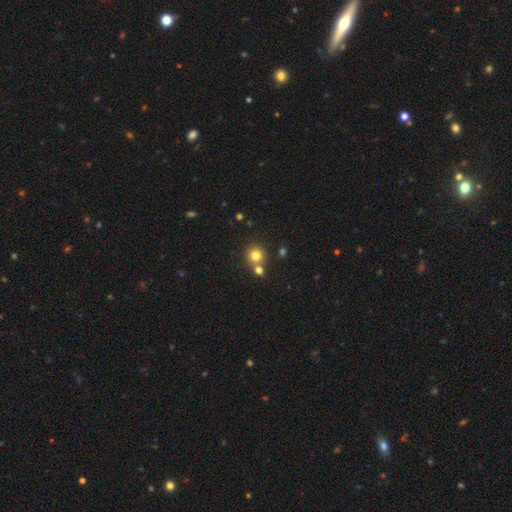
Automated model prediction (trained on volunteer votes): Smooth or featured? smooth (78%)
How rounded? round (91%)
Merging? none (65%)